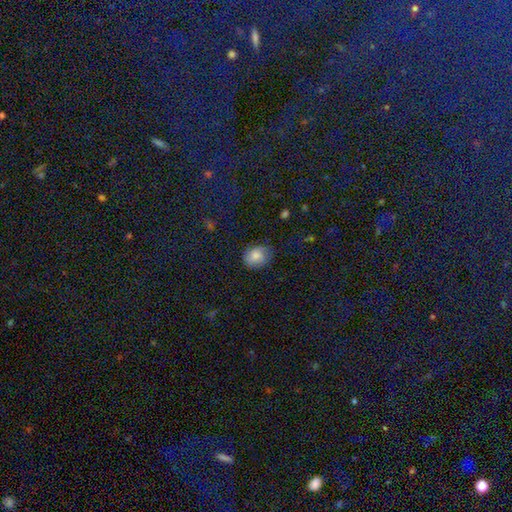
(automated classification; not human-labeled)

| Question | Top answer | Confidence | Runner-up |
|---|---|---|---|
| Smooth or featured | smooth | 78% | featured or disk (14%) |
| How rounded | in between | 55% | round (44%) |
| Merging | none | 73% | minor disturbance (21%) |